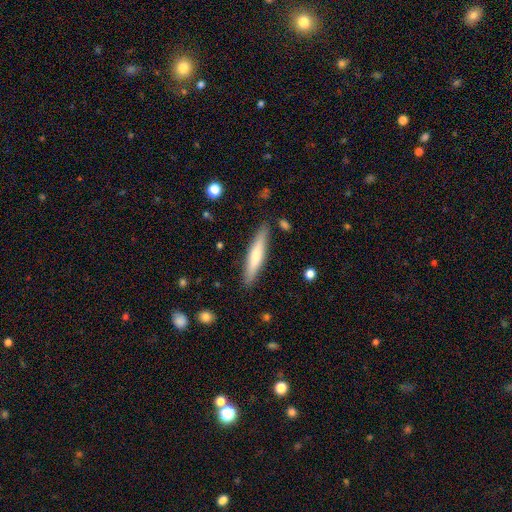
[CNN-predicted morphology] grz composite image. It shows a smooth galaxy with no disk features (56%) that is cigar-shaped (89%). Merging: none (88%).